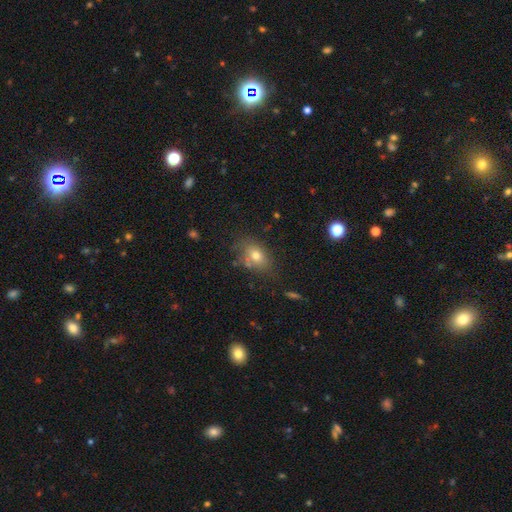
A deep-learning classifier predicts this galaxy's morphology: Smooth or featured? smooth (73%)
How rounded? in between (76%)
Merging? none (68%)